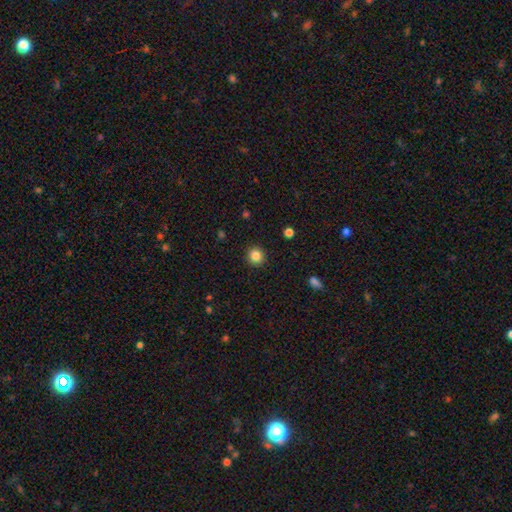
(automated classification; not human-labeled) smooth 85%, star or artifact 11%, featured or disk 4%. Down the decision tree: how rounded — round (93%); merging — none (92%).